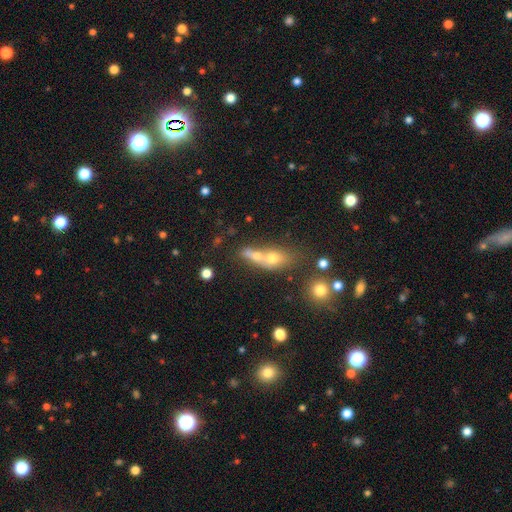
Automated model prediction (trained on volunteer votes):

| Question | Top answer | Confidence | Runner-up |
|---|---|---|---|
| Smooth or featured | smooth | 62% | featured or disk (24%) |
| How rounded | in between | 50% | round (30%) |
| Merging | merger | 65% | none (21%) |